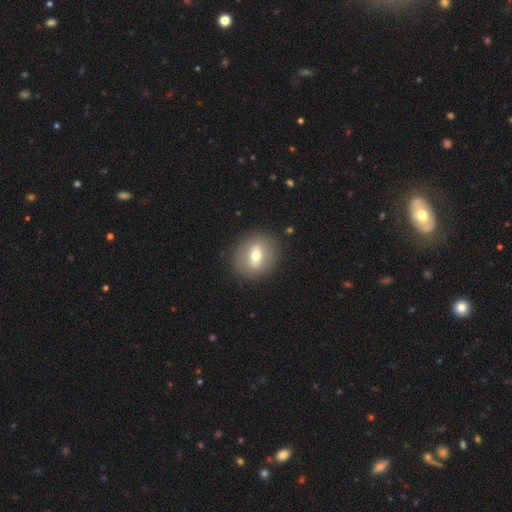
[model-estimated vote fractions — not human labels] Smooth or featured? smooth (62%)
How rounded? round (65%)
Merging? none (88%)